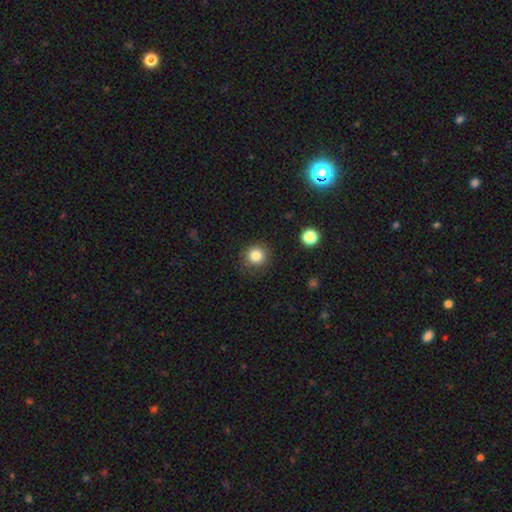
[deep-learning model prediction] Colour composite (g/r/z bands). It shows a smooth galaxy with no disk features (83%) that is round (93%). Merging: none (86%).